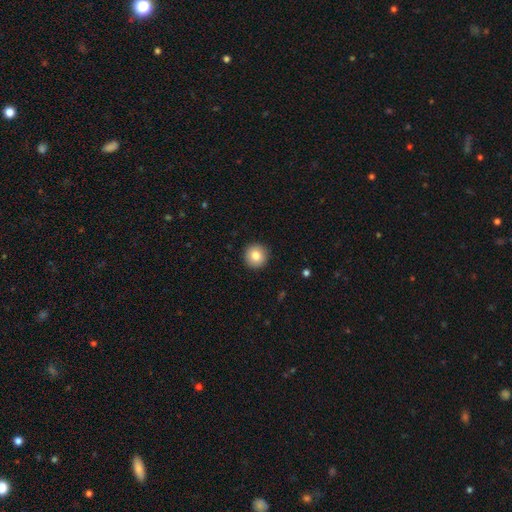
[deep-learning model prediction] The model was most divided on "smooth or featured": smooth: 83%, star or artifact: 9%, featured or disk: 9%. More confident: how rounded — round (96%); merging — none (93%).